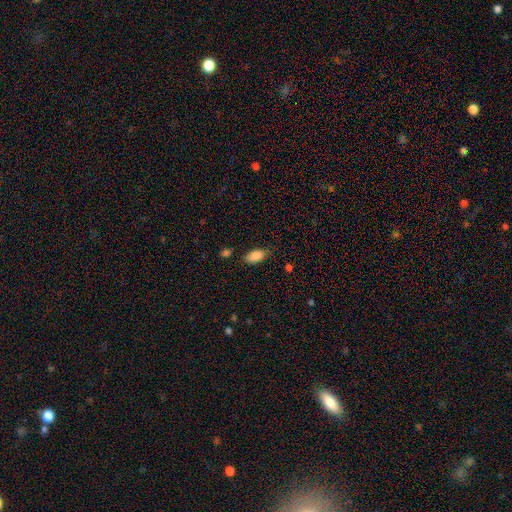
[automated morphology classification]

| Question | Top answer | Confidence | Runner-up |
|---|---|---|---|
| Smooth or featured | smooth | 87% | star or artifact (7%) |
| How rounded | in between | 92% | cigar-shaped (5%) |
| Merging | none | 80% | minor disturbance (15%) |